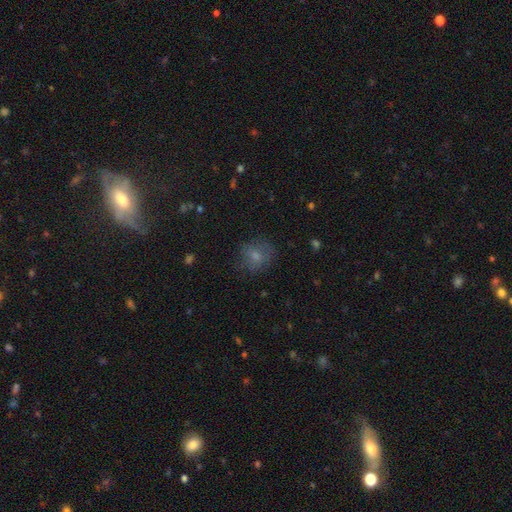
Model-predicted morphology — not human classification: Smooth or featured? smooth (71%)
How rounded? round (64%)
Merging? none (68%)